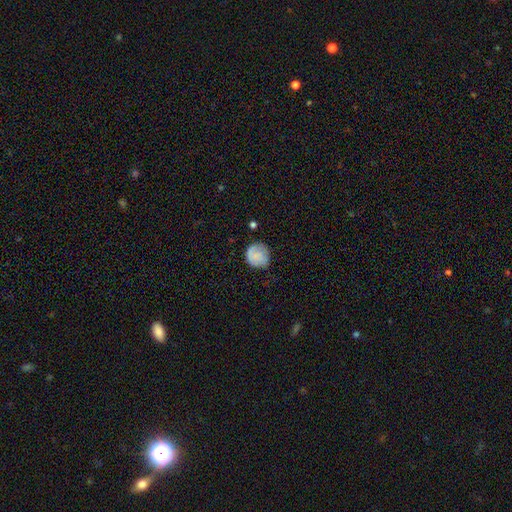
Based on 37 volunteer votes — Smooth or featured? 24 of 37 (65%) said smooth. How rounded? 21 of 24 (88%) said round. Merging? 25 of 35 (71%) said none.